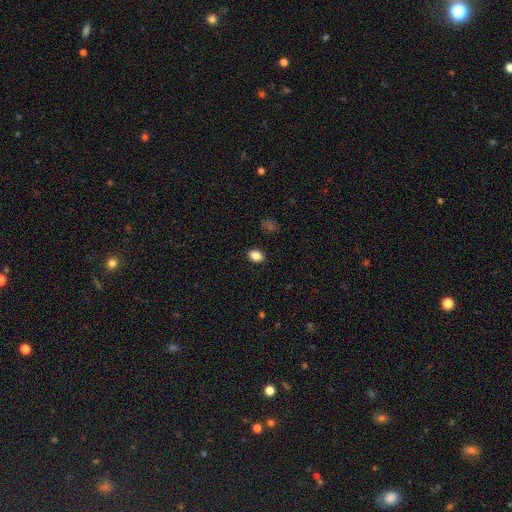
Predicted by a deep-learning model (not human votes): This appears to be a smooth galaxy with no disk features (87%) that is in between round and cigar-shaped (82%). Merging: none (89%).